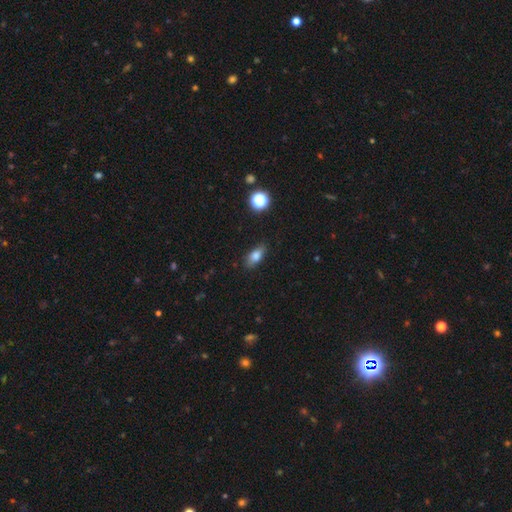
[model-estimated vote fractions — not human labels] smooth_or_featured: smooth (p=0.79) [alt: featured or disk p=0.11]
how_rounded: in between (p=0.81) [alt: cigar-shaped p=0.12]
merging: none (p=0.84) [alt: minor disturbance p=0.12]